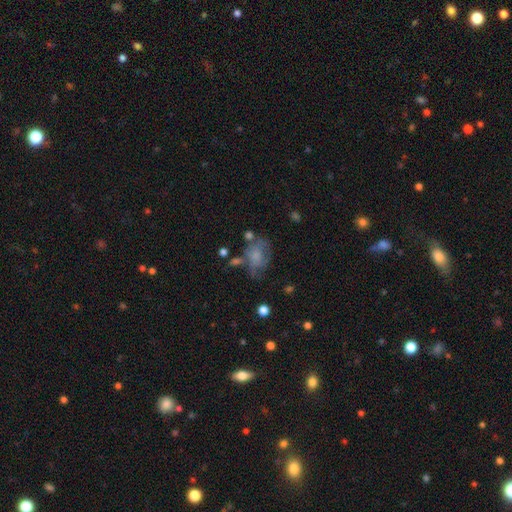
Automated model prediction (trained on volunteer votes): smooth-or-featured: smooth: 55% | featured or disk: 34% | star or artifact: 11%
  how-rounded: in between: 73% | round: 26% | cigar-shaped: 2%
  merging: none: 35% | major disturbance: 28% | minor disturbance: 27% | merger: 10%